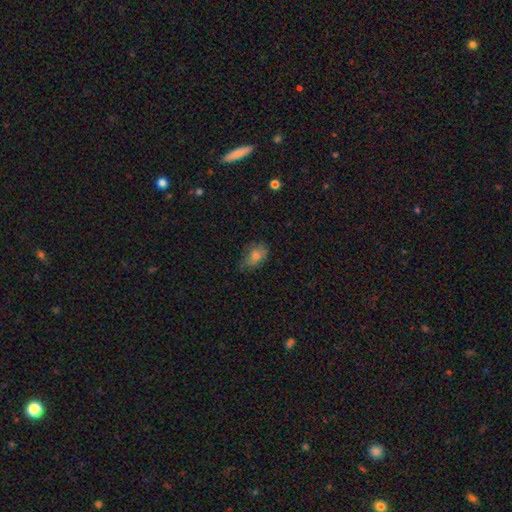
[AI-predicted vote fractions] The model was most divided on "merging": none: 61%, minor disturbance: 29%, major disturbance: 8%, merger: 1%. More confident: how rounded — in between (80%); smooth or featured — smooth (70%).